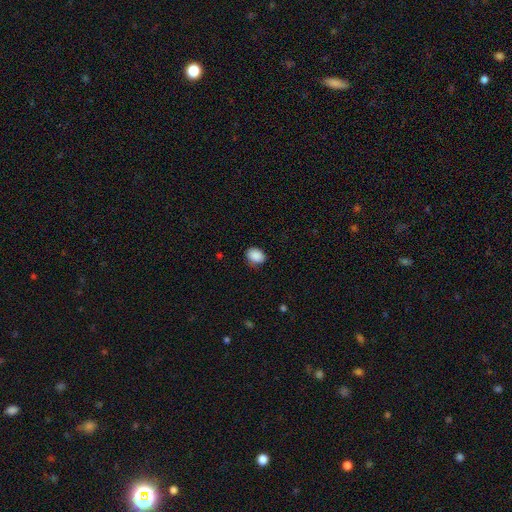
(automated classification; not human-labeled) Morphology: type=smooth (89%); roundness=in between (64%); merging=none (81%).